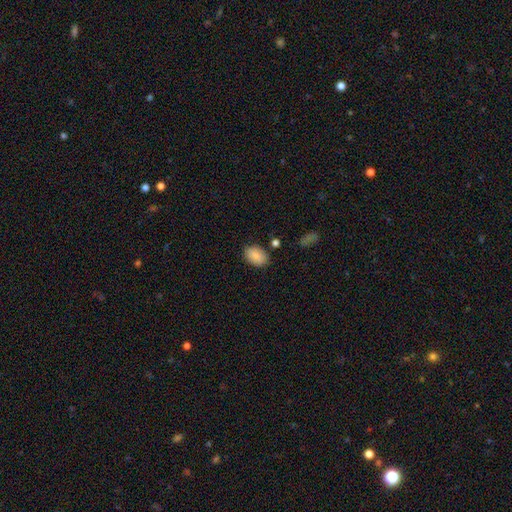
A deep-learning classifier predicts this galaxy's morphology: Overall: smooth (87%). How rounded: in between (86%). Merging: none (82%).